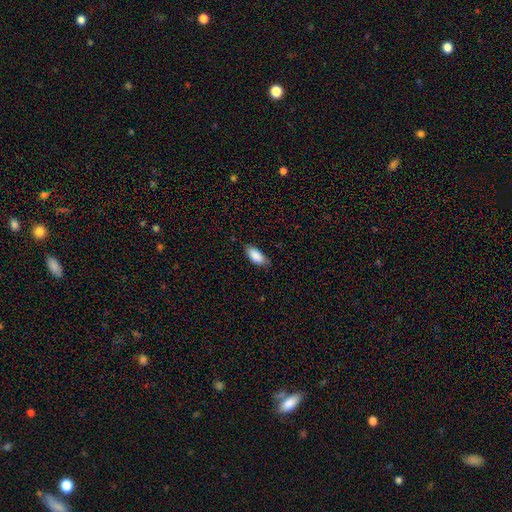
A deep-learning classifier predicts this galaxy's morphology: The model was most divided on "merging": none: 75%, minor disturbance: 20%, major disturbance: 3%, merger: 1%. More confident: how rounded — in between (88%); smooth or featured — smooth (88%).